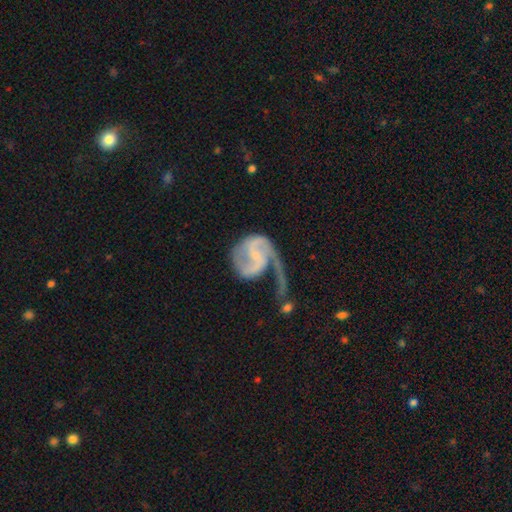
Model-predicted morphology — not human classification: Smooth or featured? Predicted: featured or disk (p=0.84). Edge-on disk? Predicted: no (p=0.98). Bar? Predicted: weak (p=0.42). Spiral arms? Predicted: yes (p=0.94). Spiral winding? Predicted: medium (p=0.42, tied with loose). Spiral arm count? Predicted: 2 (p=0.63). Bulge size? Predicted: small (p=0.46). Merging? Predicted: major disturbance (p=0.48).